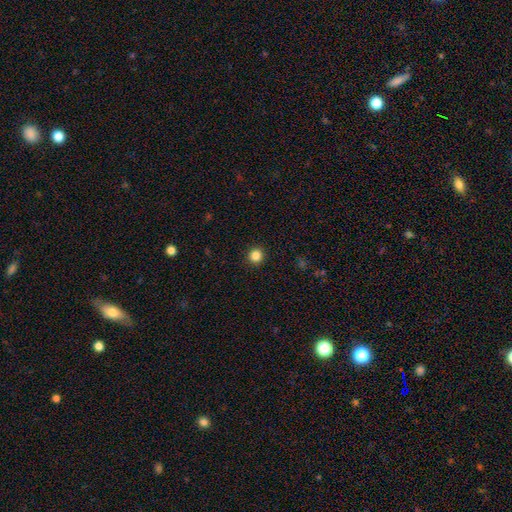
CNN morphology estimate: smooth-or-featured: smooth: 85% | star or artifact: 12% | featured or disk: 4%
  how-rounded: round: 95% | in between: 4% | cigar-shaped: 1%
  merging: none: 93% | minor disturbance: 4% | major disturbance: 2% | merger: 1%